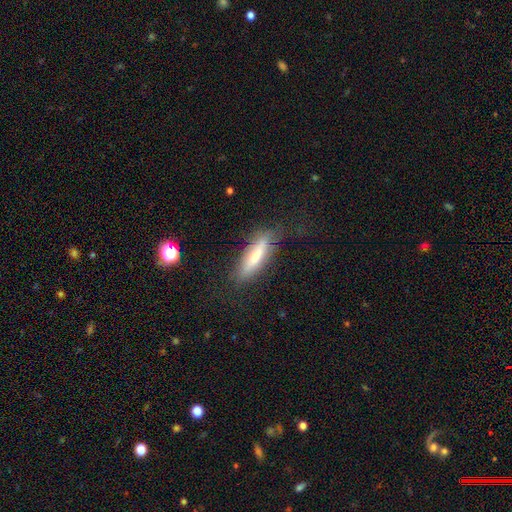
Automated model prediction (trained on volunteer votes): smooth-or-featured: smooth: 61% | featured or disk: 32% | star or artifact: 7%
  how-rounded: cigar-shaped: 71% | in between: 27% | round: 2%
  merging: none: 75% | minor disturbance: 17% | major disturbance: 6% | merger: 2%